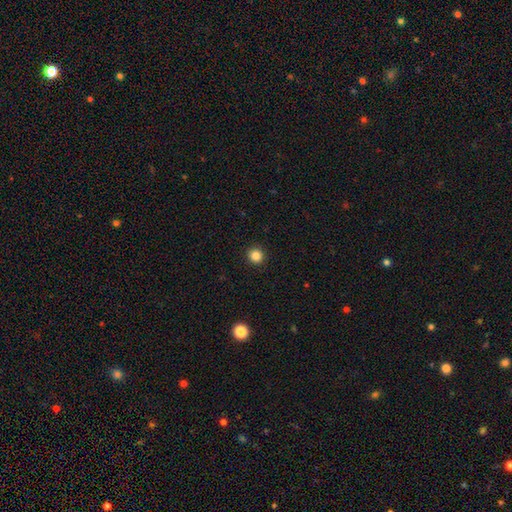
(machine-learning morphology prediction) smooth 85%, star or artifact 11%, featured or disk 3%. Down the decision tree: how rounded — round (93%); merging — none (93%).